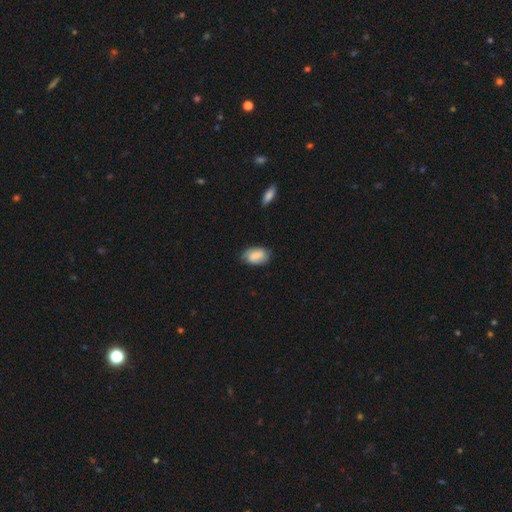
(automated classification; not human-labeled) Smooth or featured? Predicted: smooth (p=0.68). How rounded? Predicted: in between (p=0.90). Merging? Predicted: none (p=0.71).